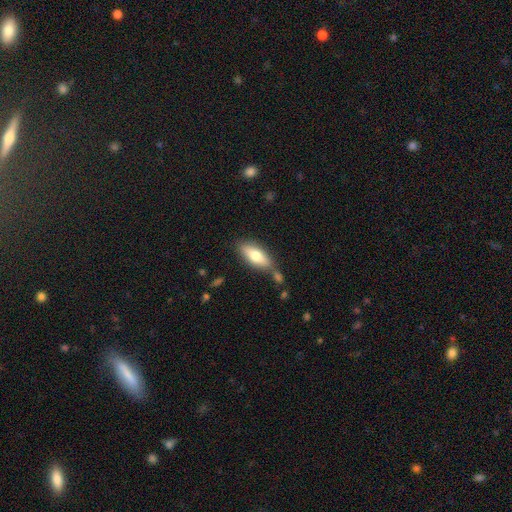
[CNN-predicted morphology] This is likely a smooth galaxy (71%). How rounded: likely in between (73%). Merging: likely none (68%).